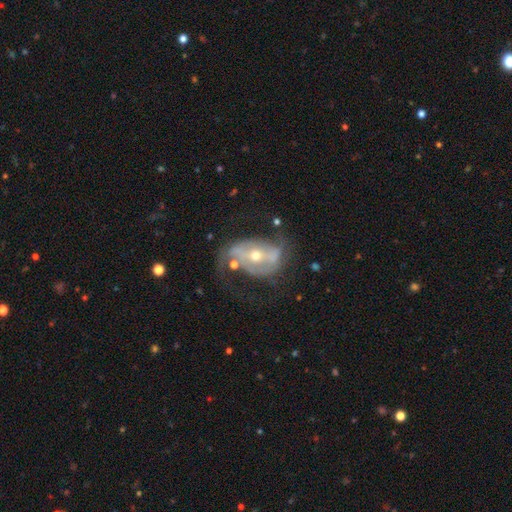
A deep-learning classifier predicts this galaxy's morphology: Smooth or featured: featured or disk — 81% (smooth — 12%)
Edge-on disk: no — 95% (yes — 5%)
Bar: strong — 41% (weak — 30%)
Spiral arms: yes — 83% (no — 17%)
Spiral winding: medium — 41% (loose — 40%)
Spiral arm count: 2 — 75% (can't tell — 12%)
Bulge size: moderate — 49% (small — 47%)
Merging: none — 46% (major disturbance — 28%)